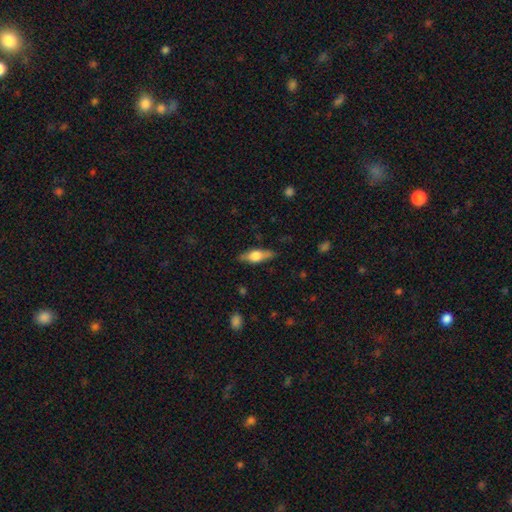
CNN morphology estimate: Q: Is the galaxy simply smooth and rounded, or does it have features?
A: featured or disk — 47%.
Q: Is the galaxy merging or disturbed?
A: none — 84%.